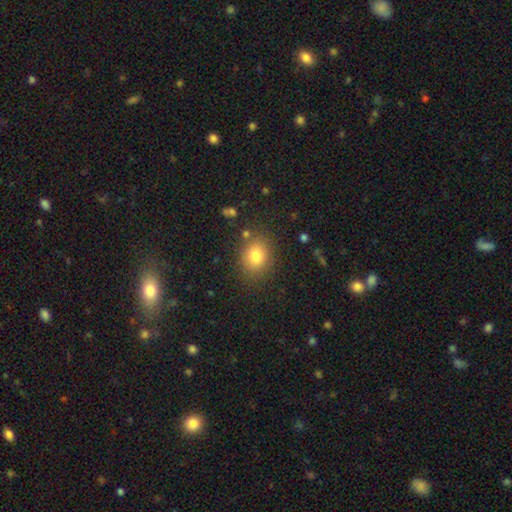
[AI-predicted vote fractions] This is likely a smooth galaxy (79%). How rounded: likely round (61%). Merging: clearly none (82%).